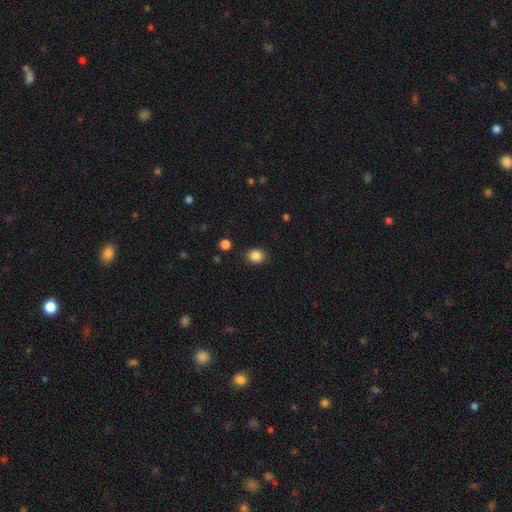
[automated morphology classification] smooth-or-featured: smooth: 86% | star or artifact: 10% | featured or disk: 4%
  how-rounded: round: 55% | in between: 45% | cigar-shaped: 1%
  merging: none: 88% | minor disturbance: 8% | major disturbance: 2% | merger: 2%